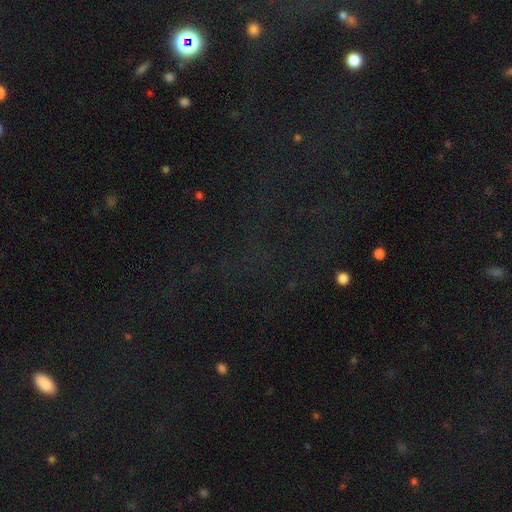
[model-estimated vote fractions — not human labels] A star or artifact, not a galaxy (74%).

Vote fractions:
- Smooth or featured? star or artifact: 74% / smooth: 16% / featured or disk: 10%